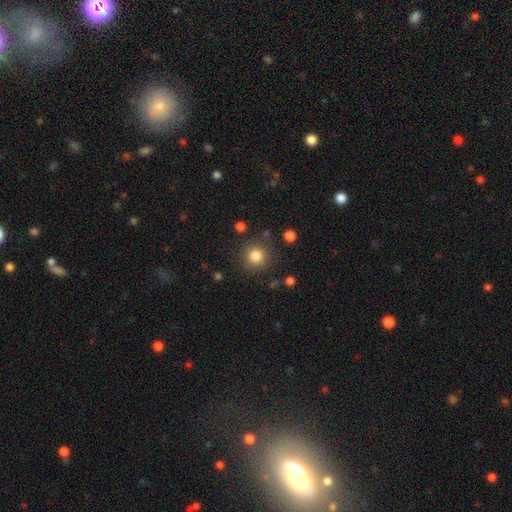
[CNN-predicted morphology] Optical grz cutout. It shows a smooth galaxy with no disk features (83%) that is round (93%). Merging: none (86%).